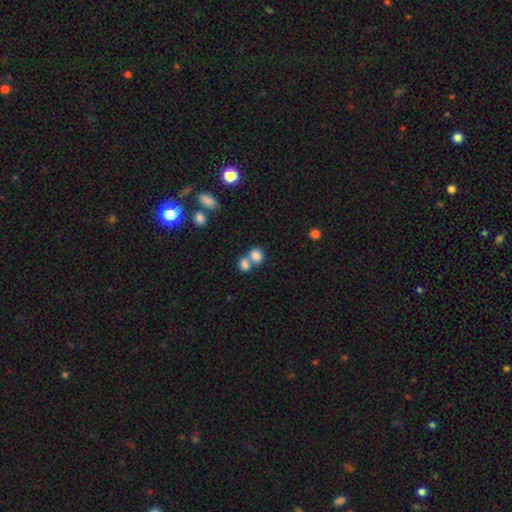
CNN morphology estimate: Smooth or featured? smooth (81%)
How rounded? round (58%)
Merging? merger (57%)